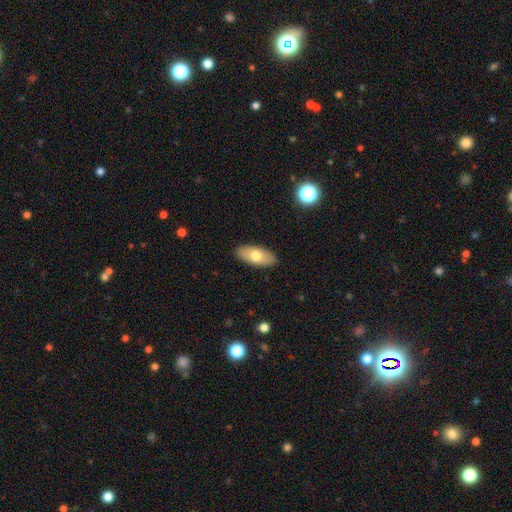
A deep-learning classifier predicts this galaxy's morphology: smooth 71%, featured or disk 23%, star or artifact 6%. Down the decision tree: how rounded — in between (87%); merging — none (89%).